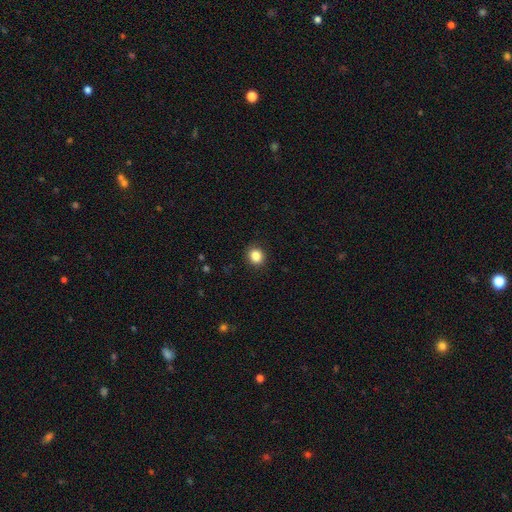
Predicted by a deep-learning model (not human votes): Smooth or featured?
  - smooth: 85% *
  - star or artifact: 10%
  - featured or disk: 4%
How rounded?
  - round: 80% *
  - in between: 19%
  - cigar-shaped: 1%
Merging?
  - none: 91% *
  - minor disturbance: 6%
  - major disturbance: 2%
  - merger: 1%